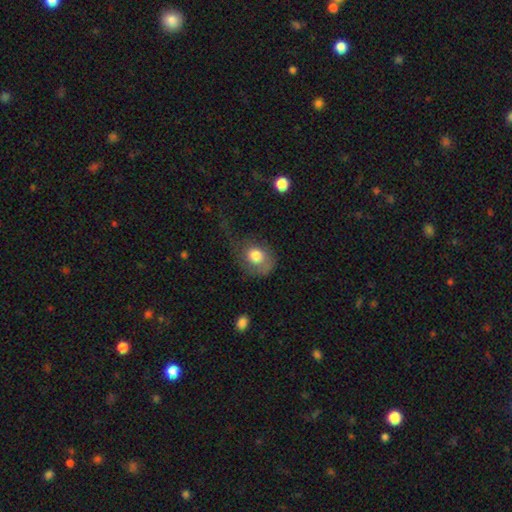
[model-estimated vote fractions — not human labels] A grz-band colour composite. It shows a smooth galaxy with no disk features (71%) that is round (58%). Merging: none (37%, tied with major disturbance).